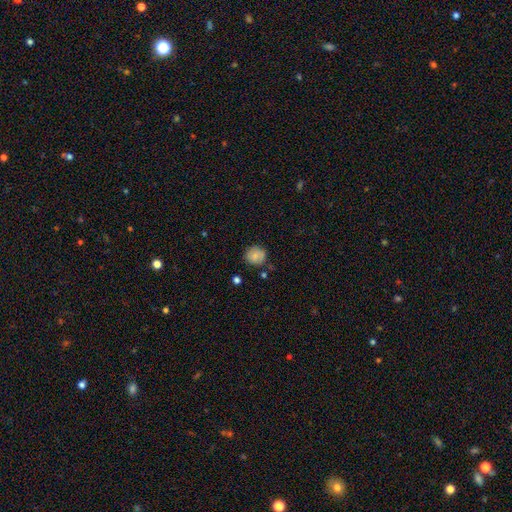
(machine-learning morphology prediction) A smooth galaxy with no disk features (76%) that is round (86%).

Vote fractions:
- Smooth or featured? smooth: 76% / featured or disk: 16% / star or artifact: 8%
- How rounded? round: 86% / in between: 13% / cigar-shaped: 1%
- Merging? none: 77% / minor disturbance: 17% / major disturbance: 3% / merger: 3%